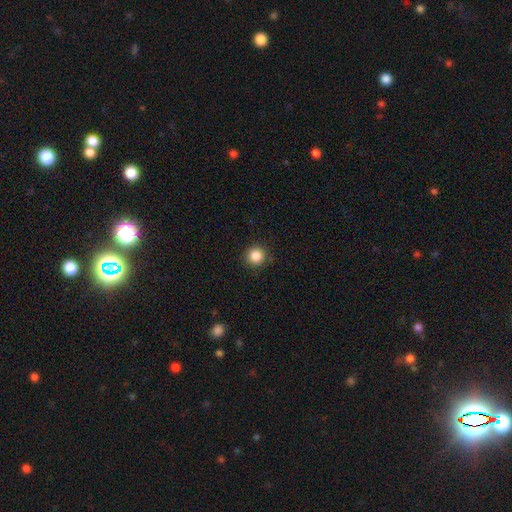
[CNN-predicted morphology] A smooth galaxy with no disk features (86%) that is round (94%). Merging: none (89%).